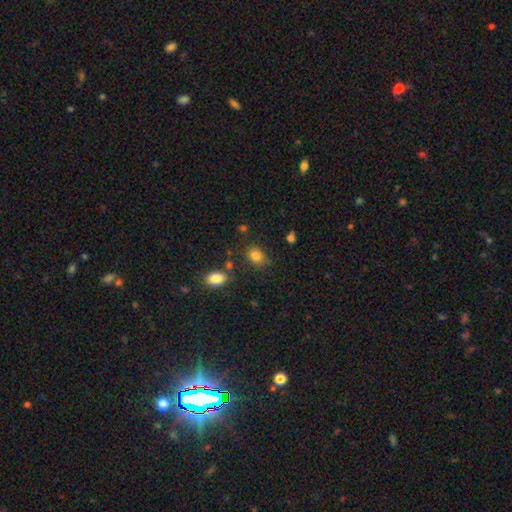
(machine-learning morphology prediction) type=smooth (83%); roundness=in between (63%); merging=none (77%).